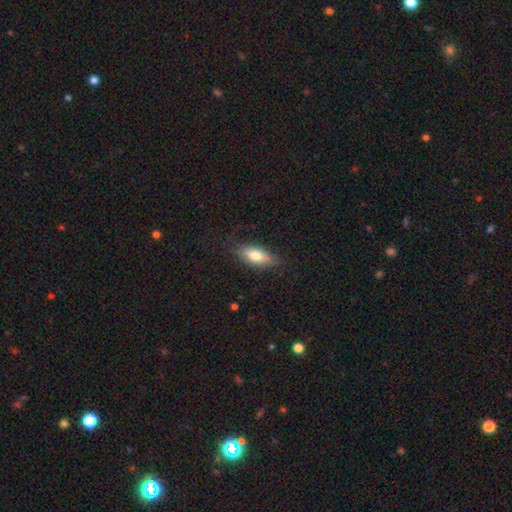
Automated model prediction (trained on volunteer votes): Smooth or featured? Predicted: smooth (p=0.74). How rounded? Predicted: in between (p=0.78). Merging? Predicted: none (p=0.76).